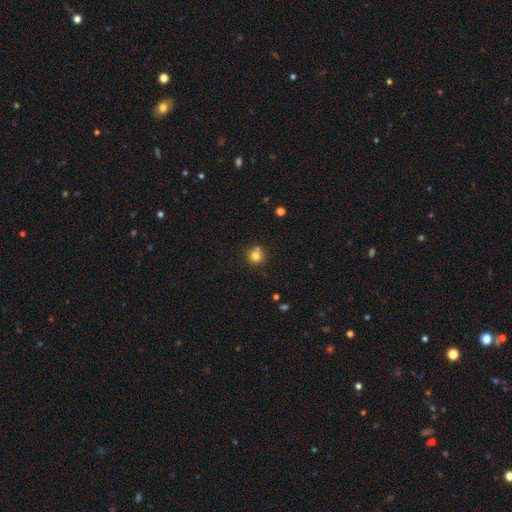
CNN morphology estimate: type=smooth (78%); roundness=round (93%); merging=none (69%).